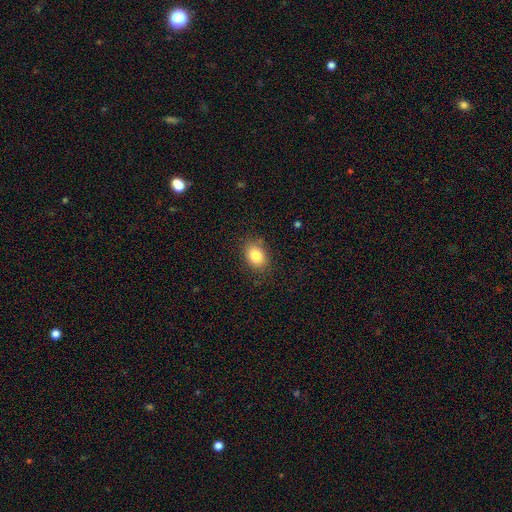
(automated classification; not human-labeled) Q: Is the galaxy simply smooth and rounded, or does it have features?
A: smooth — 83%.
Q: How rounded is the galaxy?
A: in between — 73%.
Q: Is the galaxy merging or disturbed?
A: none — 83%.